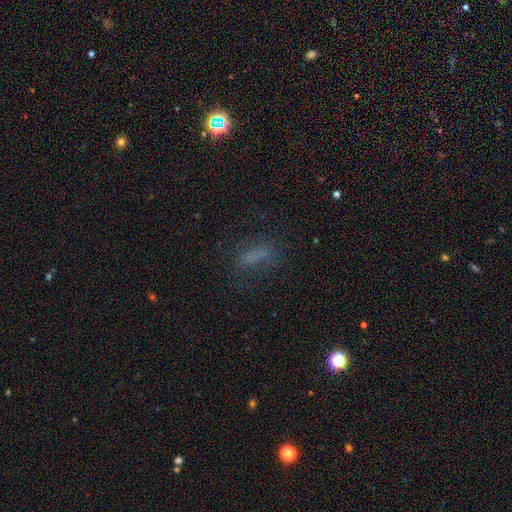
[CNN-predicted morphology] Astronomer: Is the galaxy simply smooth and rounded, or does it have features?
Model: smooth — 54%.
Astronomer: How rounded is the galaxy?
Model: in between — 49% (runner-up: cigar-shaped, 43%).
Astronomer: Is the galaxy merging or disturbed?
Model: none — 62%.